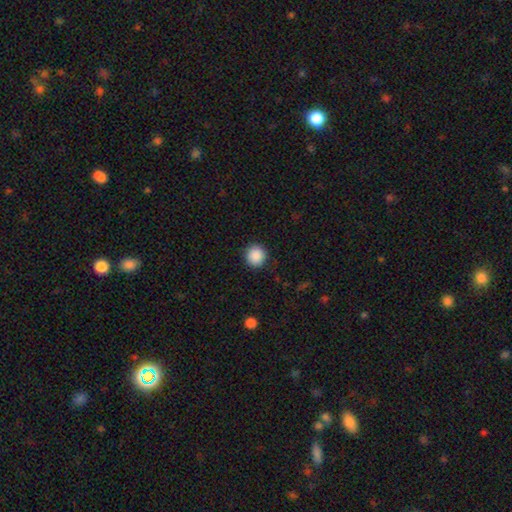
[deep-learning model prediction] Smooth or featured? Predicted: smooth (p=0.88). How rounded? Predicted: round (p=0.93). Merging? Predicted: none (p=0.91).